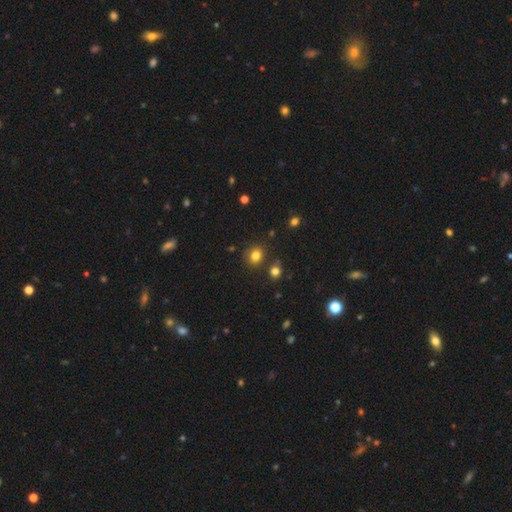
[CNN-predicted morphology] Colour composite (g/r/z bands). It shows a smooth galaxy with no disk features (80%) that is round (67%). Merging: none (81%).